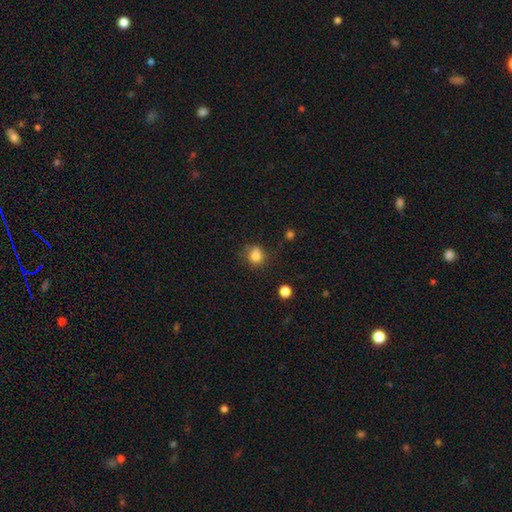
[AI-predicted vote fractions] This is clearly a smooth galaxy (80%). How rounded: likely round (74%). Merging: likely none (62%).